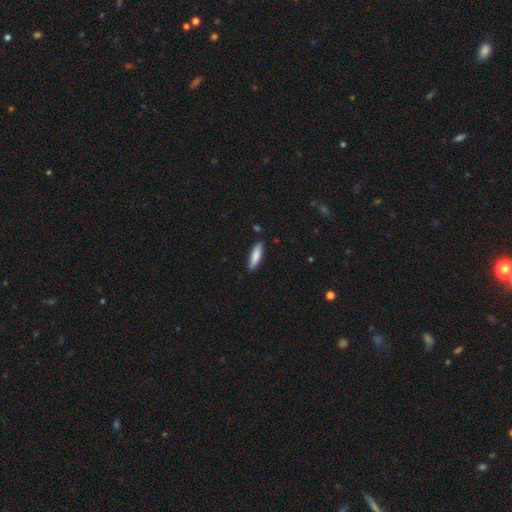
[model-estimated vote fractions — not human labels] Smooth or featured?
  - smooth: 83% *
  - featured or disk: 12%
  - star or artifact: 5%
How rounded?
  - cigar-shaped: 68% *
  - in between: 31%
  - round: 1%
Merging?
  - none: 85% *
  - minor disturbance: 11%
  - major disturbance: 2%
  - merger: 2%